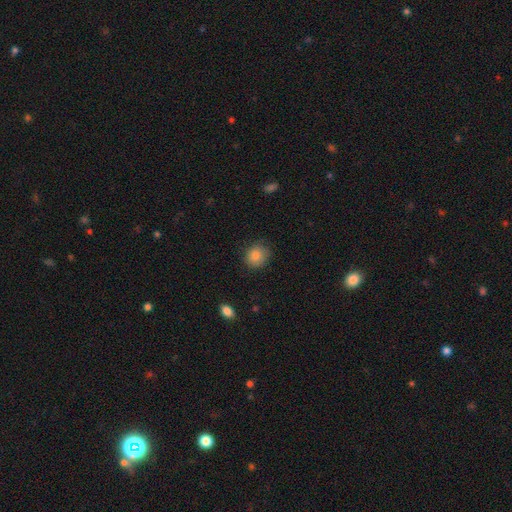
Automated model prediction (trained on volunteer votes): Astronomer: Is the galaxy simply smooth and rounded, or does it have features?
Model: smooth — 85%.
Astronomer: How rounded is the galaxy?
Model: round — 71%.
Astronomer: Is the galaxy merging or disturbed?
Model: none — 80%.